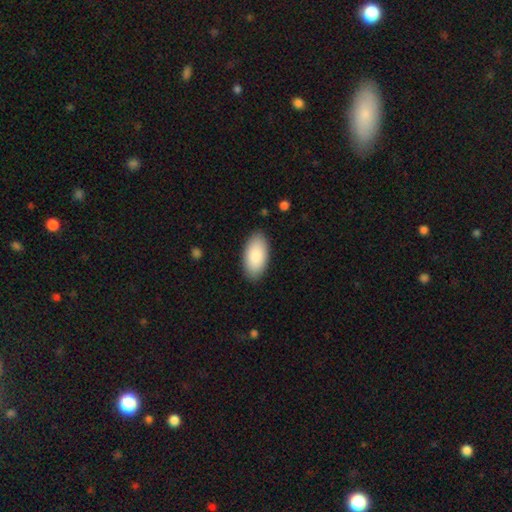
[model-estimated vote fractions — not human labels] Smooth or featured? smooth (87%)
How rounded? in between (95%)
Merging? none (88%)